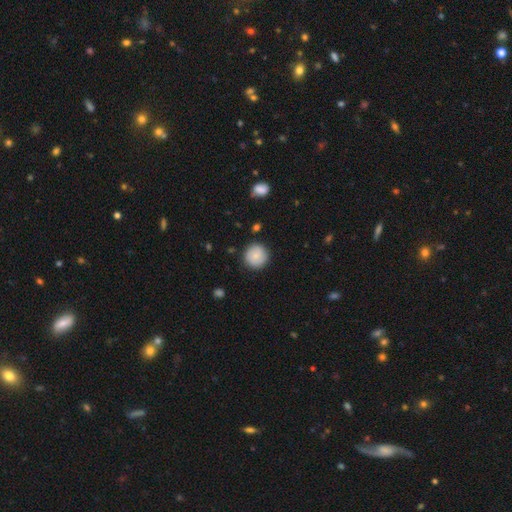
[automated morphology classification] A smooth galaxy with no disk features (83%) that is round (94%). Merging: none (88%).